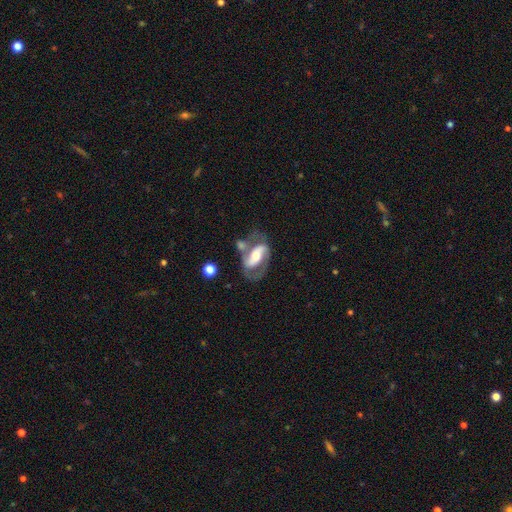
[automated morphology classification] Smooth or featured?
  - featured or disk: 80% *
  - smooth: 15%
  - star or artifact: 5%
Edge-on disk?
  - no: 94% *
  - yes: 6%
Bar?
  - strong: 48% *
  - weak: 28%
  - no: 24%
Spiral arms?
  - yes: 88% *
  - no: 12%
Spiral winding?
  - medium: 49% *
  - loose: 30%
  - tight: 21%
Spiral arm count?
  - 2: 85% *
  - 1: 6%
  - can't tell: 6%
  - 3: 1%
  - 4: 1%
  - more than 4: 1%
Bulge size?
  - moderate: 63% *
  - small: 22%
  - large: 11%
  - dominant: 2%
  - none: 2%
Merging?
  - none: 48% *
  - minor disturbance: 20%
  - merger: 17%
  - major disturbance: 16%